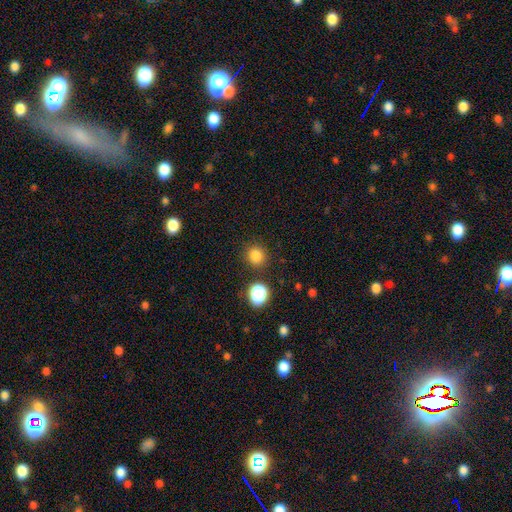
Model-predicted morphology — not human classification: smooth 82%, star or artifact 14%, featured or disk 4%. Down the decision tree: how rounded — round (89%); merging — none (87%).